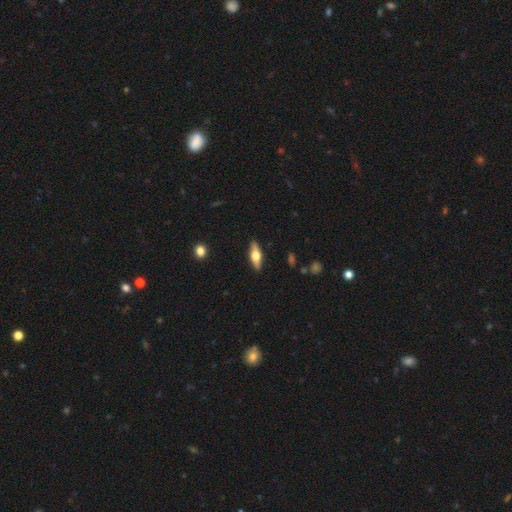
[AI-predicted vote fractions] Smooth or featured? featured or disk (55%)
Edge-on disk? yes (93%)
Edge-on bulge? rounded (94%)
Merging? none (89%)